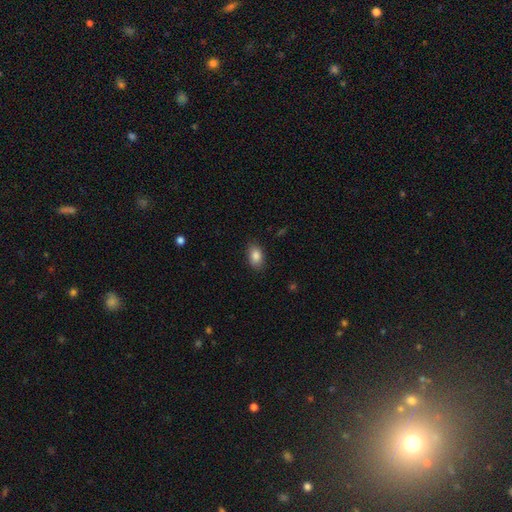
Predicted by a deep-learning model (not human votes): This appears to be a smooth galaxy with no disk features (87%) that is in between round and cigar-shaped (88%). Merging: none (85%).